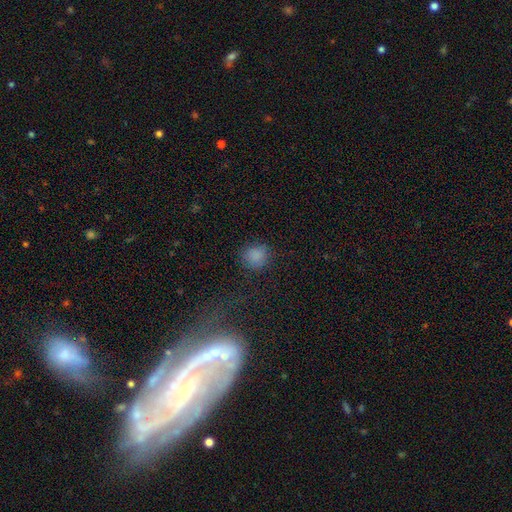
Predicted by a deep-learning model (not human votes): Q: Smooth or featured?
A: smooth (82%); runner-up: star or artifact (13%)
Q: How rounded?
A: round (86%); runner-up: in between (13%)
Q: Merging?
A: none (79%); runner-up: minor disturbance (13%)